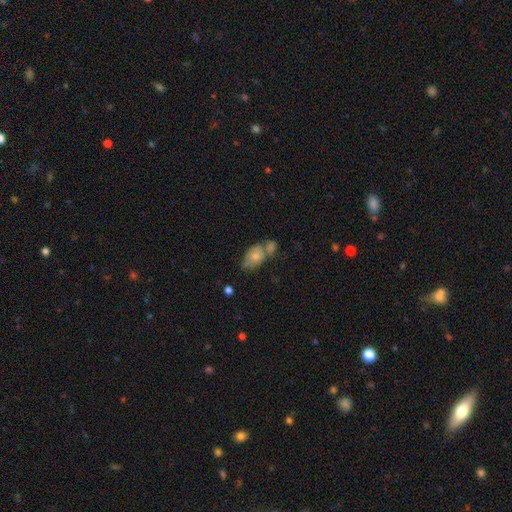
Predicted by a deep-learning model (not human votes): The model was most divided on "merging": merger: 43%, none: 32%, minor disturbance: 18%, major disturbance: 7%. More confident: how rounded — in between (87%); smooth or featured — smooth (72%).